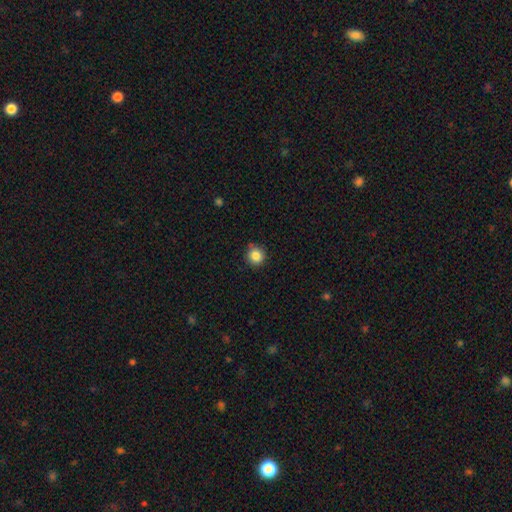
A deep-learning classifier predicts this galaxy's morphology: A smooth galaxy with no disk features (85%) that is round (91%).

Vote fractions:
- Smooth or featured? smooth: 85% / star or artifact: 10% / featured or disk: 5%
- How rounded? round: 91% / in between: 8% / cigar-shaped: 1%
- Merging? none: 82% / minor disturbance: 14% / major disturbance: 2% / merger: 1%